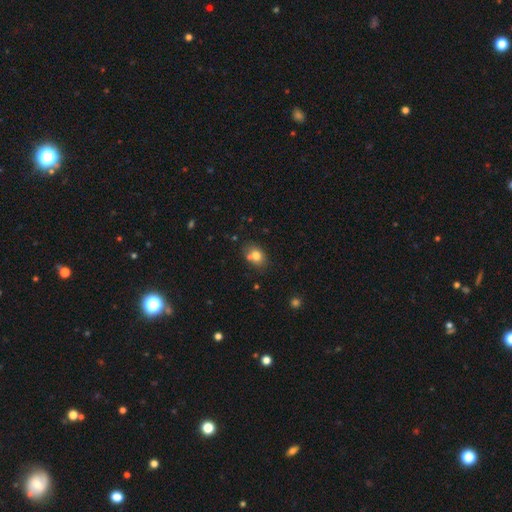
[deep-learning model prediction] smooth_or_featured: smooth (p=0.78) [alt: featured or disk p=0.12]
how_rounded: in between (p=0.61) [alt: round p=0.38]
merging: none (p=0.62) [alt: merger p=0.17]